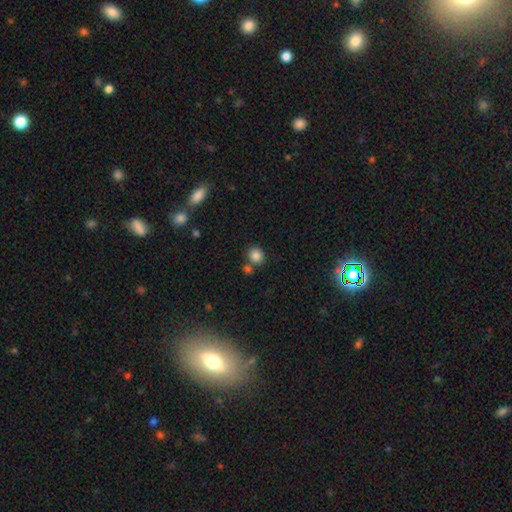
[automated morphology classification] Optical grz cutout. It shows a smooth galaxy with no disk features (85%) that is round (73%). Merging: none (68%).